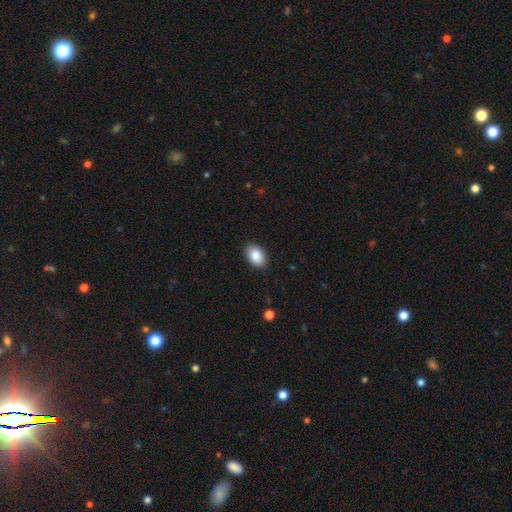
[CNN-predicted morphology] Smooth or featured: smooth — 88% (star or artifact — 7%)
How rounded: in between — 86% (round — 13%)
Merging: none — 88% (minor disturbance — 9%)